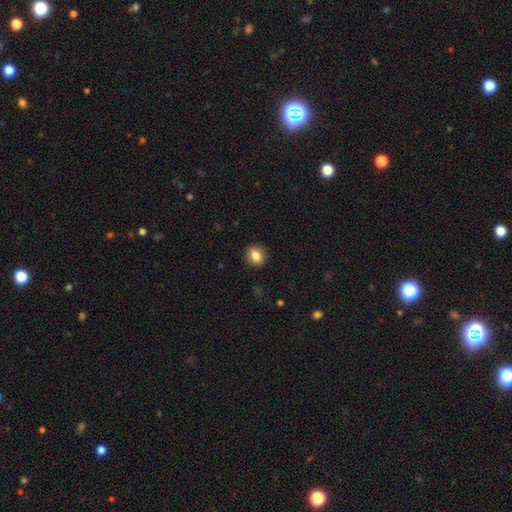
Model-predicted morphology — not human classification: type=smooth (82%); roundness=round (71%); merging=none (91%).